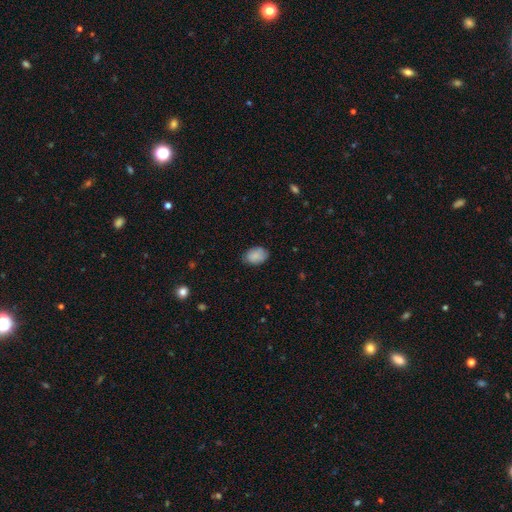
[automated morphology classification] A smooth galaxy with no disk features (86%) that is in between round and cigar-shaped (83%).

Vote fractions:
- Smooth or featured? smooth: 86% / star or artifact: 7% / featured or disk: 7%
- How rounded? in between: 83% / round: 16% / cigar-shaped: 1%
- Merging? none: 78% / minor disturbance: 18% / major disturbance: 3% / merger: 1%